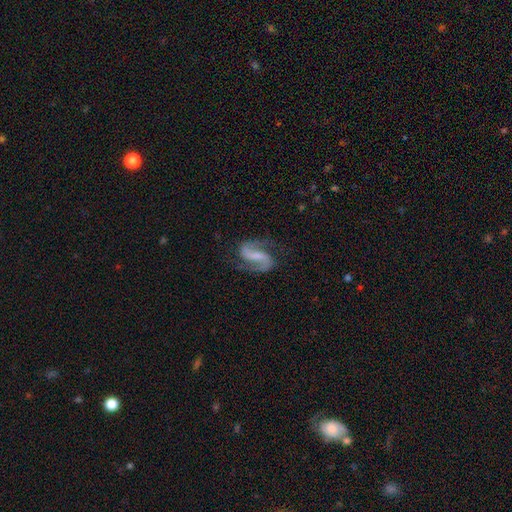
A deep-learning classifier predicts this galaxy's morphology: This is clearly a featured or disk galaxy (88%). It is clearly not viewed edge-on (98%). Bar: marginally weak (42%). Spiral arm pattern: clearly yes (97%). Spiral arm count: clearly 2 (93%). Spiral winding: possibly medium (52%). Central bulge: marginally none (37%). Merging: likely none (76%).